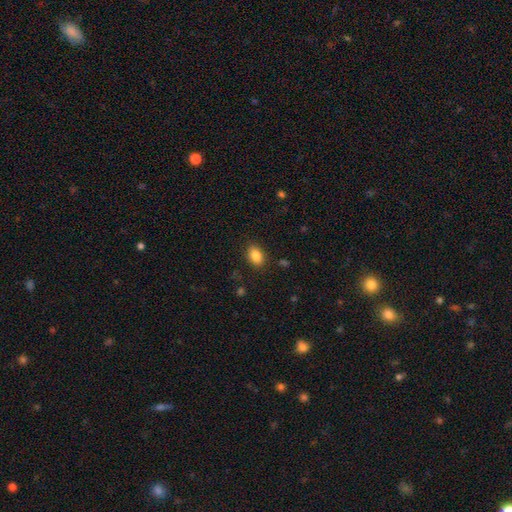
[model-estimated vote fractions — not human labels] Smooth or featured? Predicted: smooth (p=0.86). How rounded? Predicted: in between (p=0.81). Merging? Predicted: none (p=0.86).